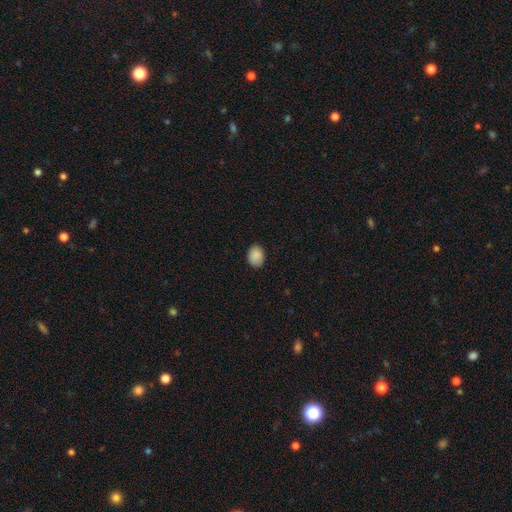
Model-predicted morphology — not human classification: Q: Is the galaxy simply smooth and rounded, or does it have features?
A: smooth — 90%.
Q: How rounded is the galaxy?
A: in between — 69%.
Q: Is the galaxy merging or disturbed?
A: none — 86%.